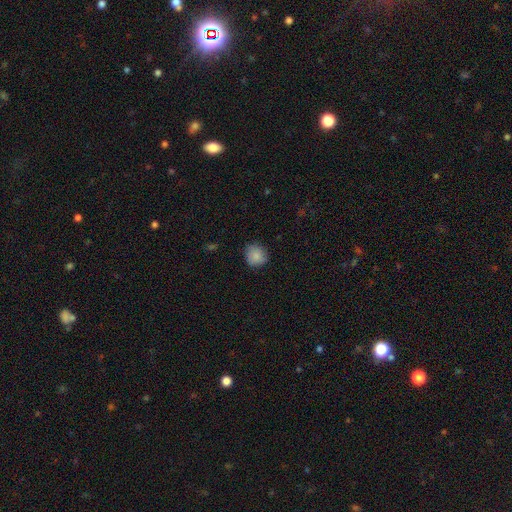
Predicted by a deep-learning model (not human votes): A smooth galaxy with no disk features (87%) that is round (84%).

Vote fractions:
- Smooth or featured? smooth: 87% / star or artifact: 8% / featured or disk: 5%
- How rounded? round: 84% / in between: 15% / cigar-shaped: 1%
- Merging? none: 80% / minor disturbance: 16% / major disturbance: 3% / merger: 1%